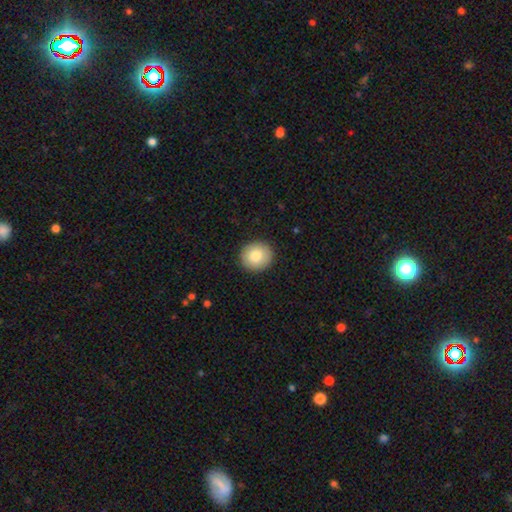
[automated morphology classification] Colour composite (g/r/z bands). It shows a smooth galaxy with no disk features (81%) that is round (87%). Merging: none (91%).